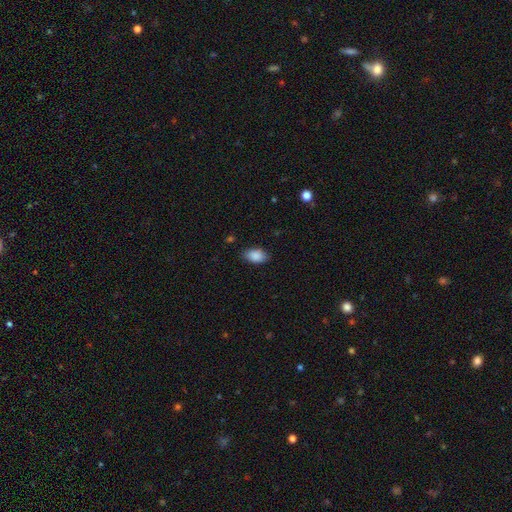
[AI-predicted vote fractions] Smooth or featured: smooth — 88% (star or artifact — 7%)
How rounded: in between — 91% (round — 7%)
Merging: none — 84% (minor disturbance — 12%)